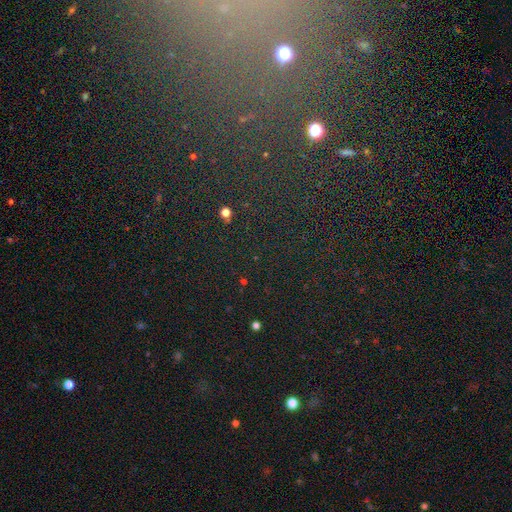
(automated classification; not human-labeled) Smooth or featured: star or artifact — 74% (smooth — 16%)